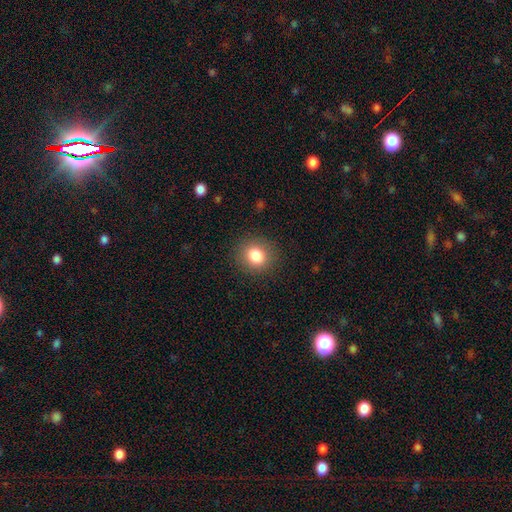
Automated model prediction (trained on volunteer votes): smooth_or_featured: smooth (p=0.82) [alt: star or artifact p=0.11]
how_rounded: round (p=0.81) [alt: in between p=0.18]
merging: none (p=0.89) [alt: minor disturbance p=0.08]